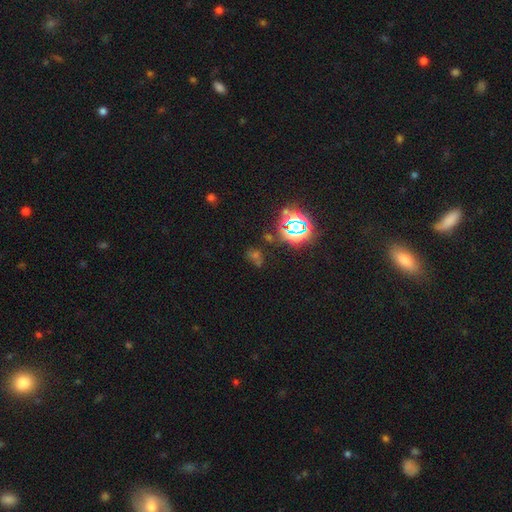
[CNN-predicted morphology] Smooth or featured? Predicted: star or artifact (p=0.59).